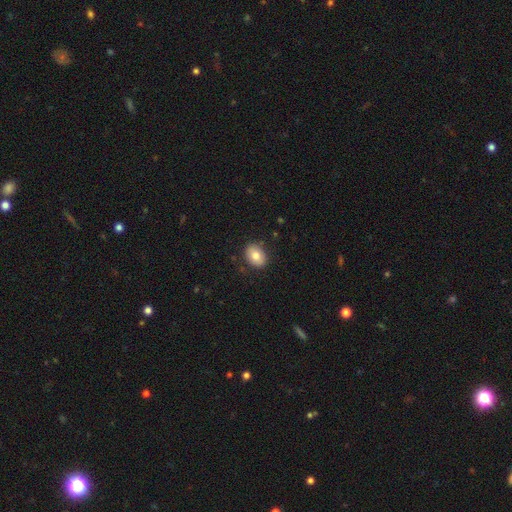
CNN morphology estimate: Q: Smooth or featured?
A: smooth (80%); runner-up: featured or disk (12%)
Q: How rounded?
A: in between (67%); runner-up: round (32%)
Q: Merging?
A: none (85%); runner-up: minor disturbance (11%)